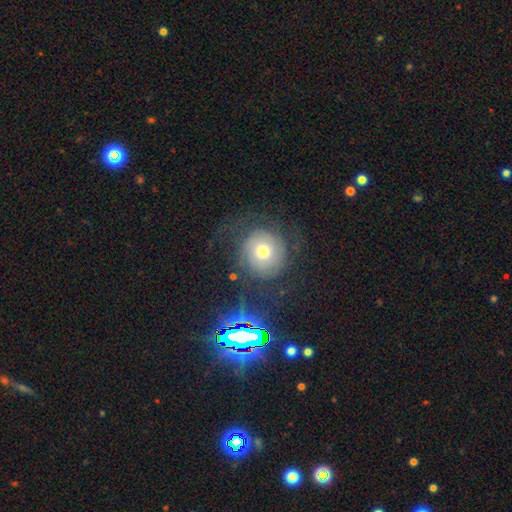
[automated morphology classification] A featured or disk galaxy (36%).

Vote fractions:
- Smooth or featured? featured or disk: 36% / star or artifact: 34% / smooth: 29%
- Merging? none: 76% / minor disturbance: 12% / major disturbance: 8% / merger: 4%